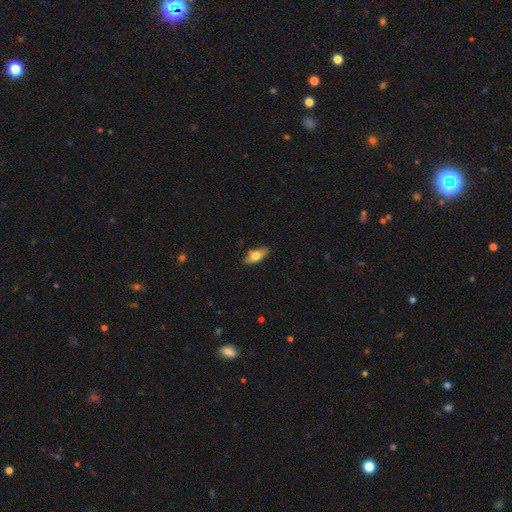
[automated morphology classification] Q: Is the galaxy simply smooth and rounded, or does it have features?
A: smooth — 70%.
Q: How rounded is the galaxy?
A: in between — 81%.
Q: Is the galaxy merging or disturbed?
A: none — 83%.